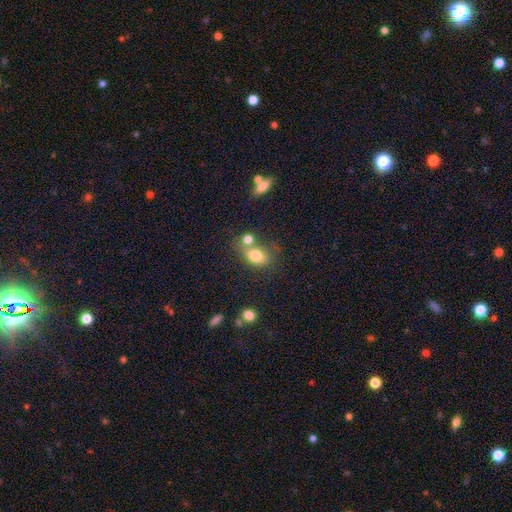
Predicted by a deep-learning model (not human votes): smooth 78%, featured or disk 11%, star or artifact 11%. Down the decision tree: how rounded — in between (70%); merging — none (41%).